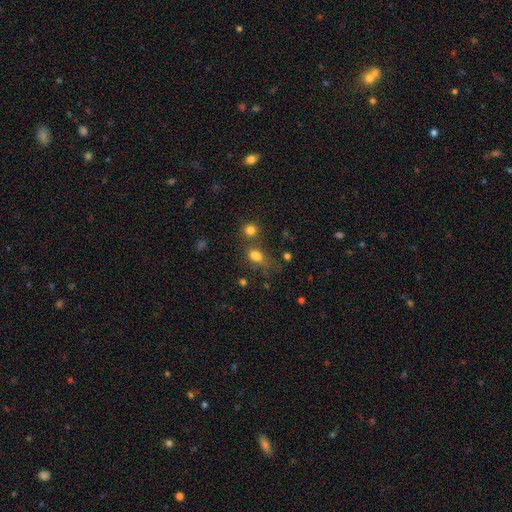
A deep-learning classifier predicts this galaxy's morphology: This appears to be a smooth galaxy with no disk features (75%) that is in between round and cigar-shaped (69%). Merging: none (43%).